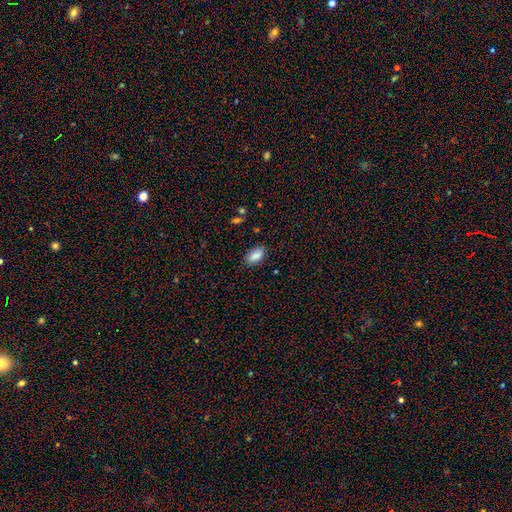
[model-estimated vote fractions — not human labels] Smooth or featured? smooth (87%)
How rounded? in between (92%)
Merging? none (82%)